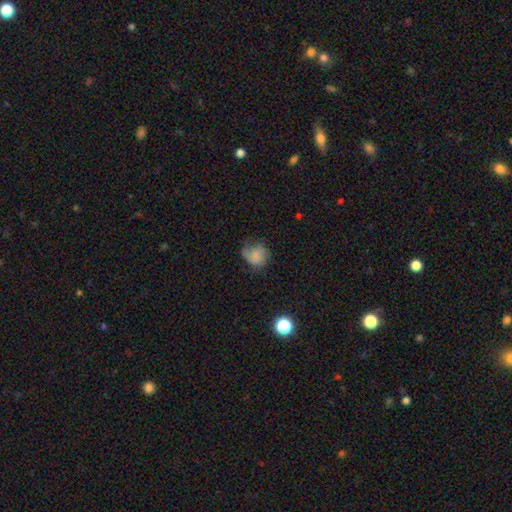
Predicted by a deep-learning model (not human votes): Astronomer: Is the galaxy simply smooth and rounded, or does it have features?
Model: smooth — 64%.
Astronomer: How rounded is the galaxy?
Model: round — 67%.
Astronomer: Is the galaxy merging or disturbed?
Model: none — 44% (runner-up: minor disturbance, 30%).